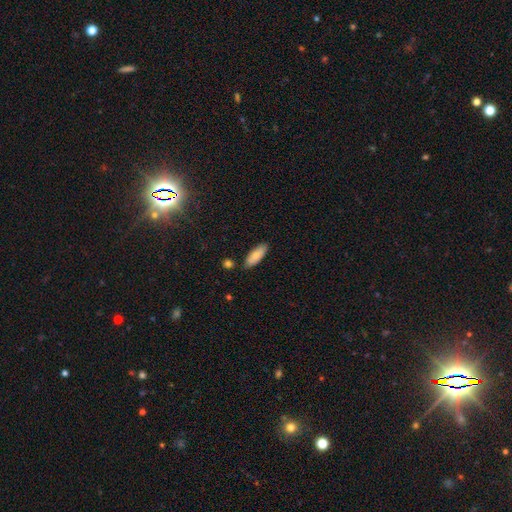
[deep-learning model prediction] Q: Smooth or featured?
A: smooth (82%); runner-up: featured or disk (12%)
Q: How rounded?
A: in between (71%); runner-up: cigar-shaped (27%)
Q: Merging?
A: none (83%); runner-up: minor disturbance (12%)